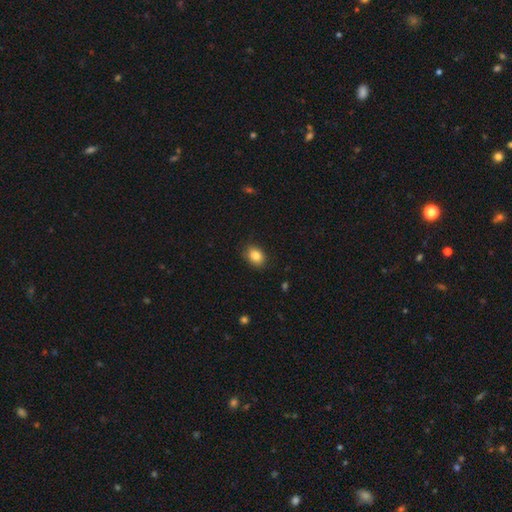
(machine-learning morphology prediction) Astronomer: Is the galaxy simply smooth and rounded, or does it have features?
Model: smooth — 85%.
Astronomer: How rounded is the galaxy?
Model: in between — 66%.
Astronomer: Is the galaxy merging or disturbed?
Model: none — 86%.